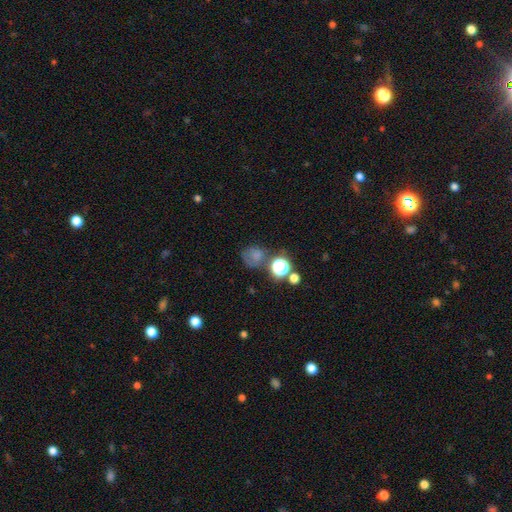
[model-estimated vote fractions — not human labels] Smooth or featured: smooth — 63% (star or artifact — 22%)
How rounded: round — 78% (in between — 21%)
Merging: none — 48% (minor disturbance — 20%)